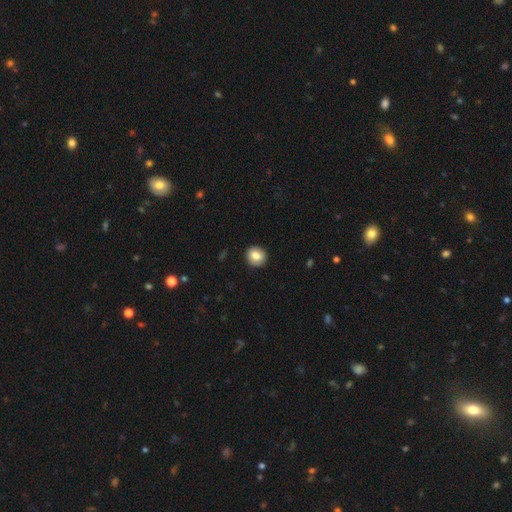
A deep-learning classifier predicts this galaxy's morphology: This is likely a smooth galaxy (80%). How rounded: clearly round (83%). Merging: clearly none (89%).